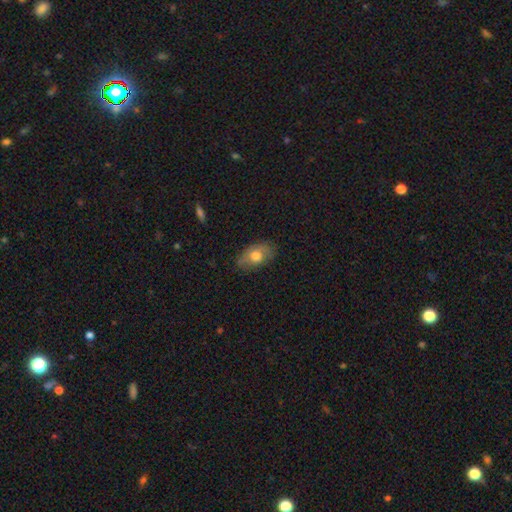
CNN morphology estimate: The model was most divided on "smooth or featured": smooth: 66%, featured or disk: 26%, star or artifact: 8%. More confident: how rounded — in between (86%); merging — none (71%).